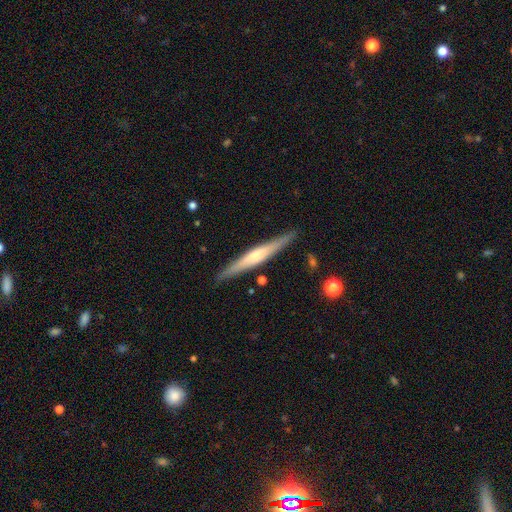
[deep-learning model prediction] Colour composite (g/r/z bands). It shows a featured or disk galaxy (59%) viewed edge-on (97%) with a rounded central bulge (55%). Merging: none (89%).